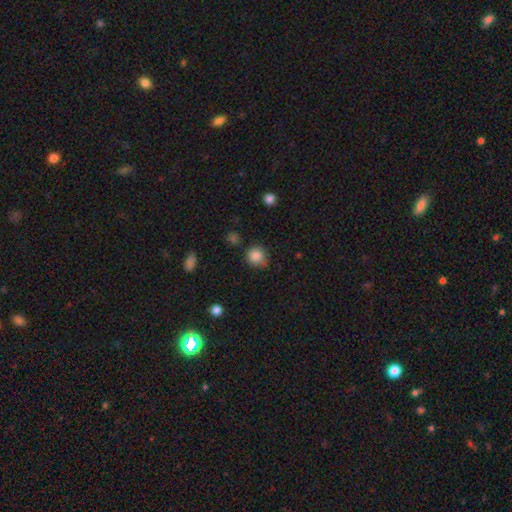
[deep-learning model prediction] Smooth or featured? smooth (85%)
How rounded? round (90%)
Merging? none (79%)